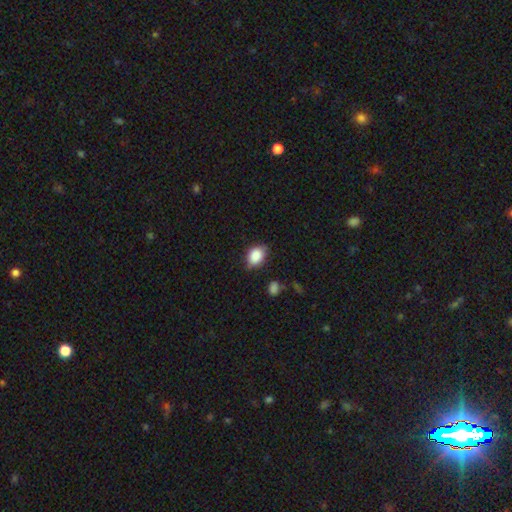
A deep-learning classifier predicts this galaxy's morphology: smooth 86%, star or artifact 8%, featured or disk 6%. Down the decision tree: how rounded — in between (70%); merging — none (71%).